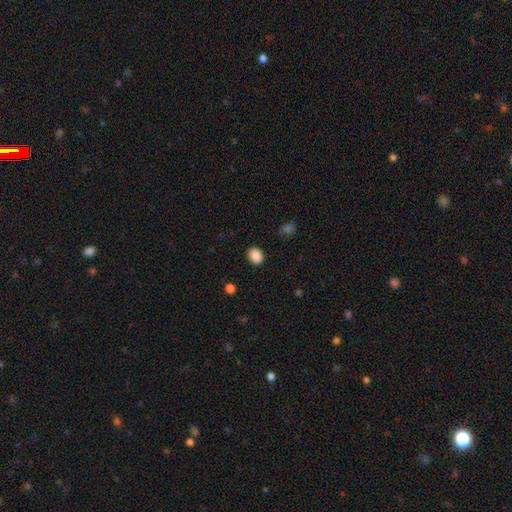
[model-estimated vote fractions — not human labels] Morphology: type=smooth (89%); roundness=in between (53%); merging=none (88%).